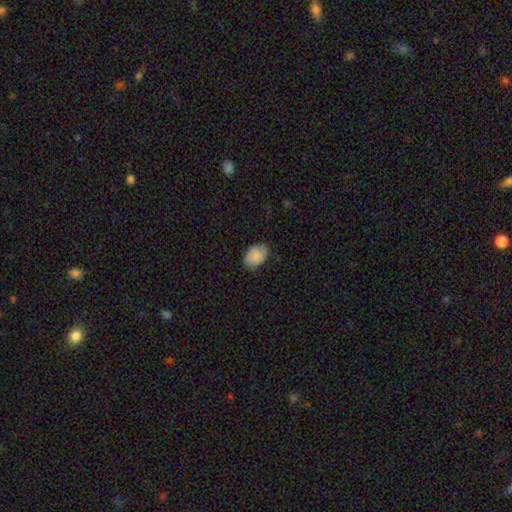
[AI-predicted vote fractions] Smooth or featured: smooth — 87% (star or artifact — 7%)
How rounded: in between — 80% (round — 19%)
Merging: none — 77% (minor disturbance — 19%)